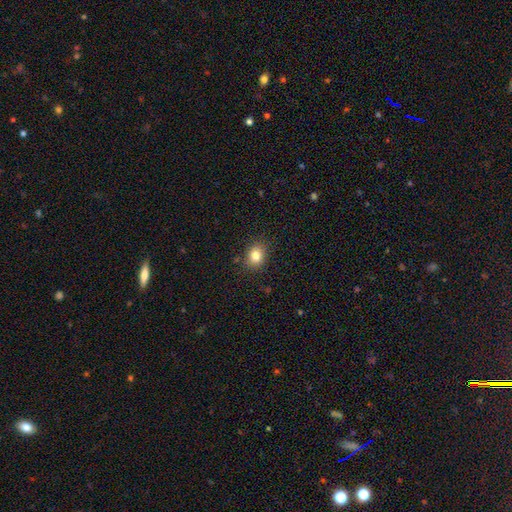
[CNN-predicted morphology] A smooth galaxy with no disk features (82%) that is round (52%). Merging: none (85%).